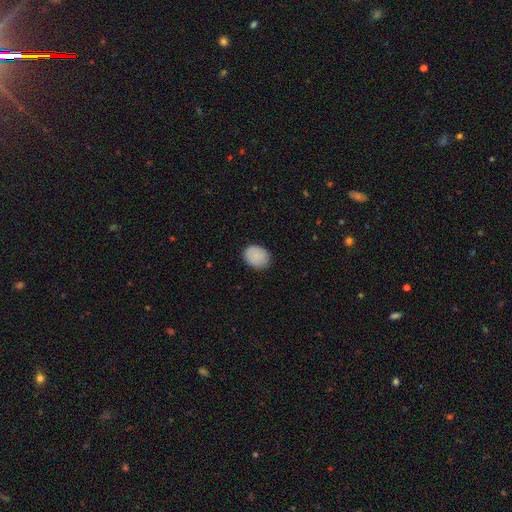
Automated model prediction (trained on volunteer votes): Smooth or featured?
  - smooth: 87% *
  - star or artifact: 7%
  - featured or disk: 6%
How rounded?
  - in between: 56% *
  - round: 43%
  - cigar-shaped: 1%
Merging?
  - none: 85% *
  - minor disturbance: 12%
  - major disturbance: 2%
  - merger: 1%